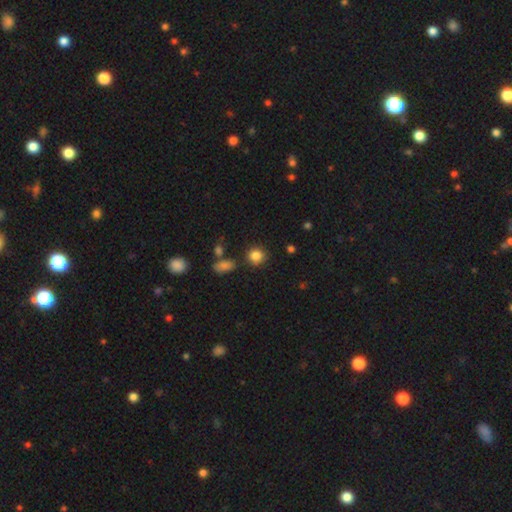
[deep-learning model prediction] Smooth or featured: smooth — 85% (star or artifact — 10%)
How rounded: round — 84% (in between — 15%)
Merging: none — 83% (minor disturbance — 10%)